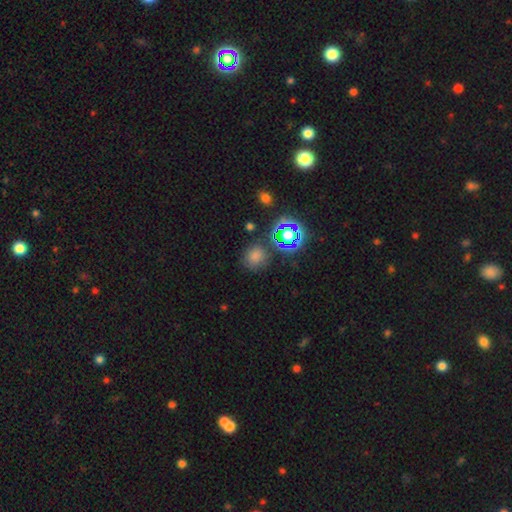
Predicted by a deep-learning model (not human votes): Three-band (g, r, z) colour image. It shows a smooth galaxy with no disk features (58%) that is round (83%). Merging: none (81%).